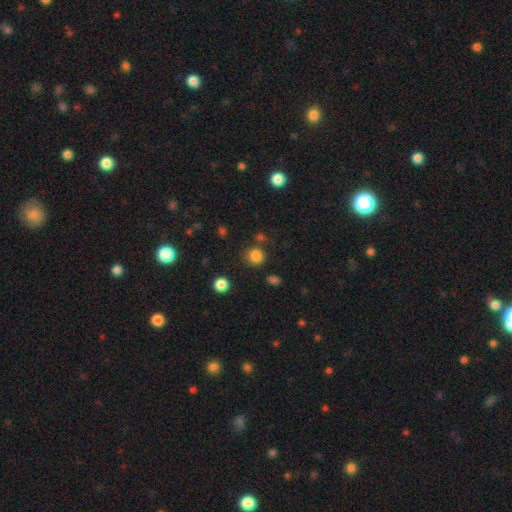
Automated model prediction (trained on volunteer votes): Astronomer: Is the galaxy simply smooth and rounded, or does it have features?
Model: smooth — 81%.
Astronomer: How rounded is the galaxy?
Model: round — 81%.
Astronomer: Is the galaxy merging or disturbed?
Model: none — 76%.